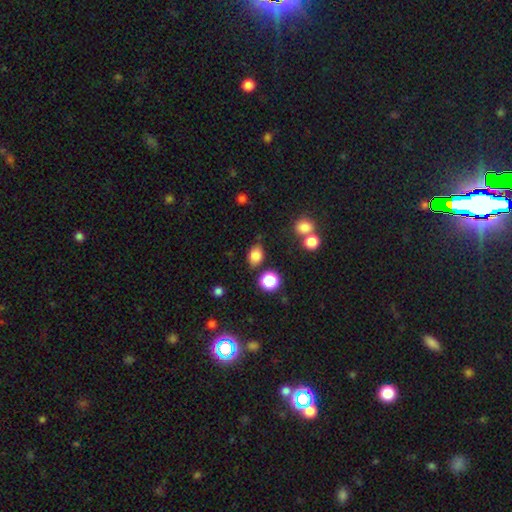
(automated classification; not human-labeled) smooth_or_featured: smooth (p=0.83) [alt: star or artifact p=0.12]
how_rounded: in between (p=0.71) [alt: round p=0.28]
merging: none (p=0.77) [alt: minor disturbance p=0.14]